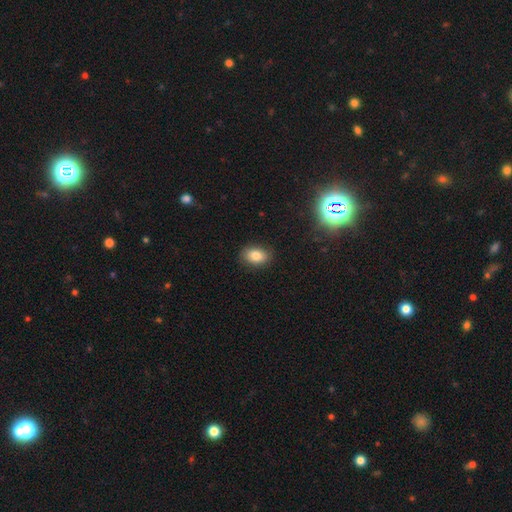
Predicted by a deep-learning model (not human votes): smooth 81%, star or artifact 10%, featured or disk 8%. Down the decision tree: how rounded — in between (75%); merging — none (87%).